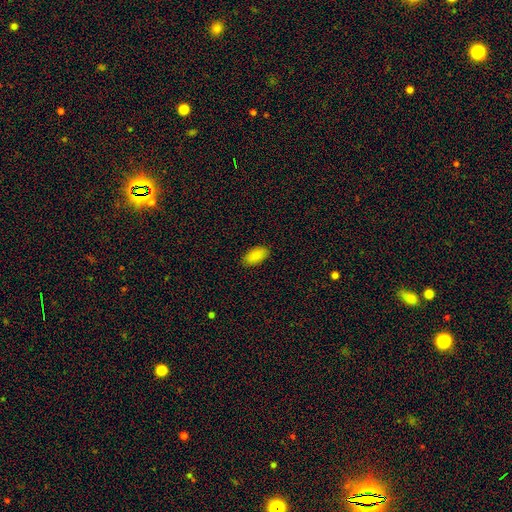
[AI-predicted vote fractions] Smooth or featured?
  - smooth: 89% *
  - star or artifact: 7%
  - featured or disk: 4%
How rounded?
  - in between: 94% *
  - cigar-shaped: 4%
  - round: 2%
Merging?
  - none: 88% *
  - minor disturbance: 9%
  - major disturbance: 2%
  - merger: 1%